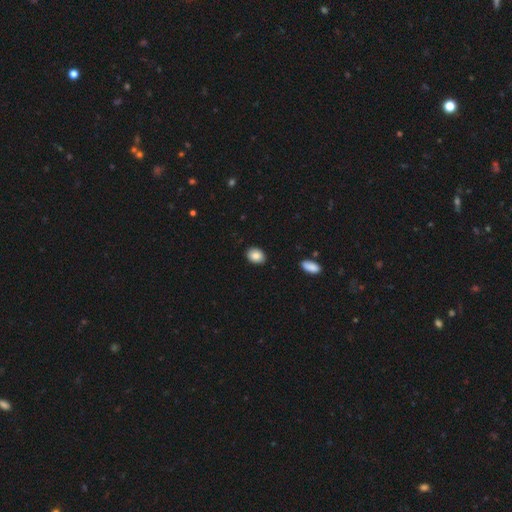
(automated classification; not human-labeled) Smooth or featured? smooth (87%)
How rounded? in between (66%)
Merging? none (89%)